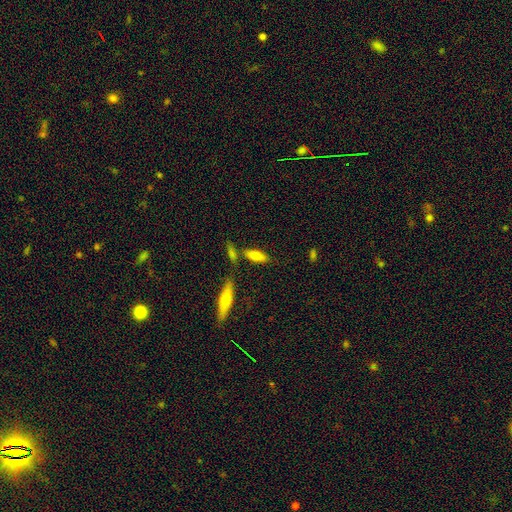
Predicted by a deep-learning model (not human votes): Smooth or featured? Predicted: smooth (p=0.71). How rounded? Predicted: in between (p=0.64). Merging? Predicted: none (p=0.68).